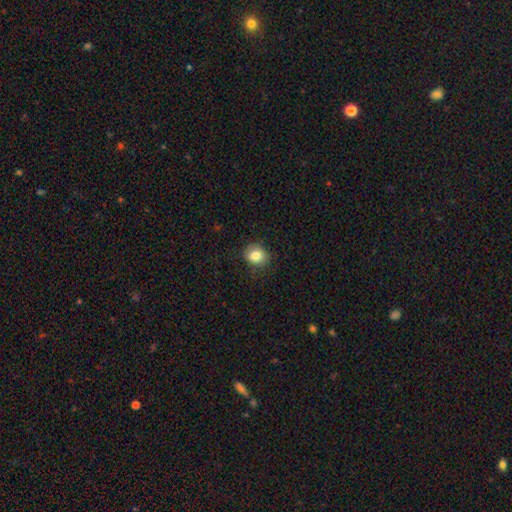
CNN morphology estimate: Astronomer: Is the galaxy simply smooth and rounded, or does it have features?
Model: smooth — 83%.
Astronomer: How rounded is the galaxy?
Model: round — 73%.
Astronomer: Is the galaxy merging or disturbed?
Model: none — 82%.